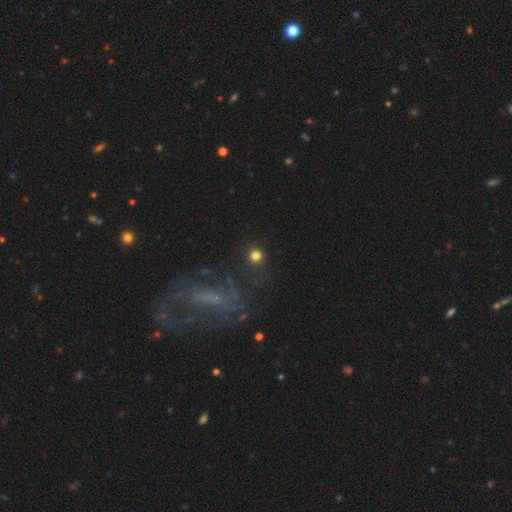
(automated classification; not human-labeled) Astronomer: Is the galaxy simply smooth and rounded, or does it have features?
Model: smooth — 78%.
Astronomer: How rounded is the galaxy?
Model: round — 93%.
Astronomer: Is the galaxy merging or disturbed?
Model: none — 86%.